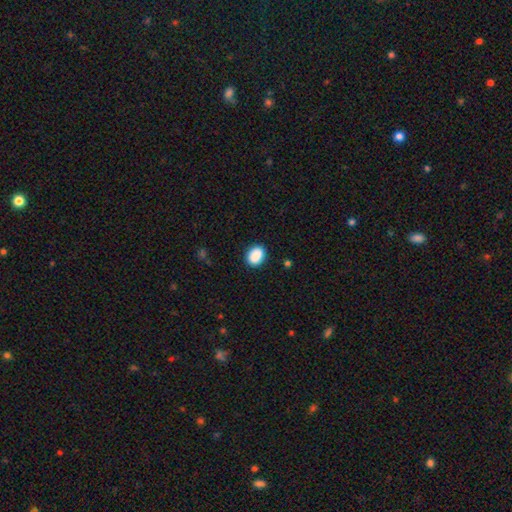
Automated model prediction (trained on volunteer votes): Overall: smooth (89%). How rounded: in between (61%; round 38%). Merging: none (88%).